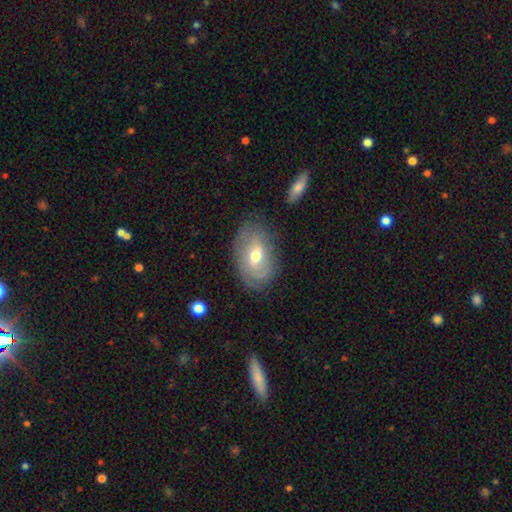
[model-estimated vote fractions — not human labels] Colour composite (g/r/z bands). It shows a featured or disk galaxy (53%). Merging: none (72%).